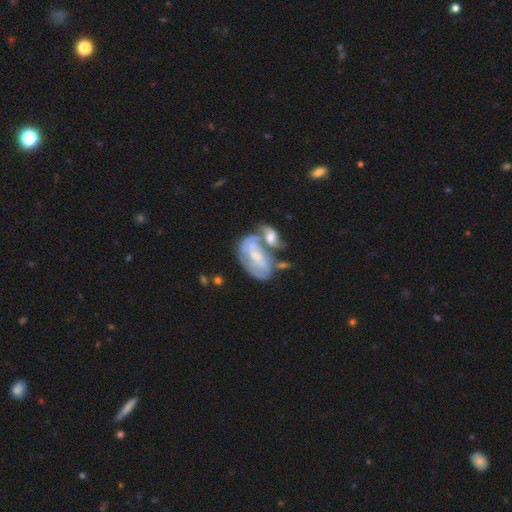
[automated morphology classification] smooth-or-featured: featured or disk: 72% | smooth: 22% | star or artifact: 7%
  disk-edge-on: no: 96% | yes: 4%
    bar: no: 53% | weak: 35% | strong: 12%
    has-spiral-arms: yes: 75% | no: 25%
      spiral-winding: tight: 50% | medium: 34% | loose: 16%
      spiral-arm-count: can't tell: 42% | 2: 36% | 3: 9% | 1: 8% | 4: 3% | more than 4: 3%
    bulge-size: small: 42% | moderate: 35% | none: 14% | large: 6% | dominant: 2%
  merging: merger: 54% | none: 21% | minor disturbance: 12% | major disturbance: 12%